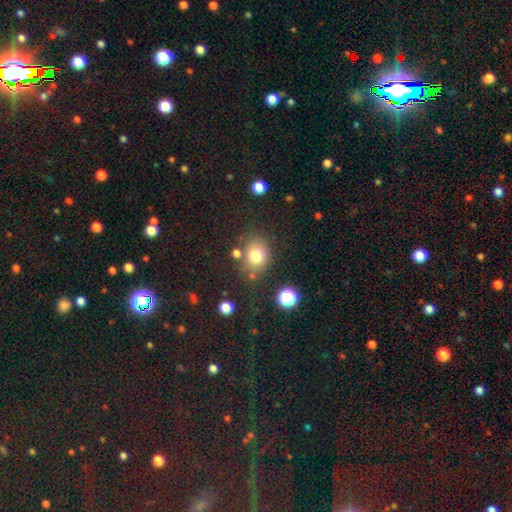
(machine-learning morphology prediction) The model was most divided on "how rounded": round: 66%, in between: 33%, cigar-shaped: 1%. More confident: smooth or featured — smooth (76%); merging — none (74%).